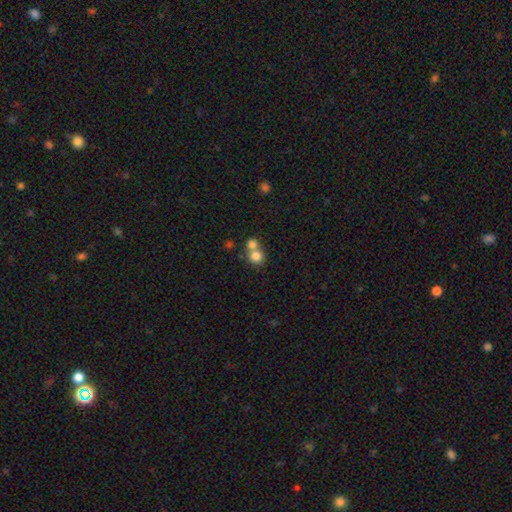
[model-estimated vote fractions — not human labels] Smooth or featured? smooth (79%)
How rounded? round (86%)
Merging? merger (51%)